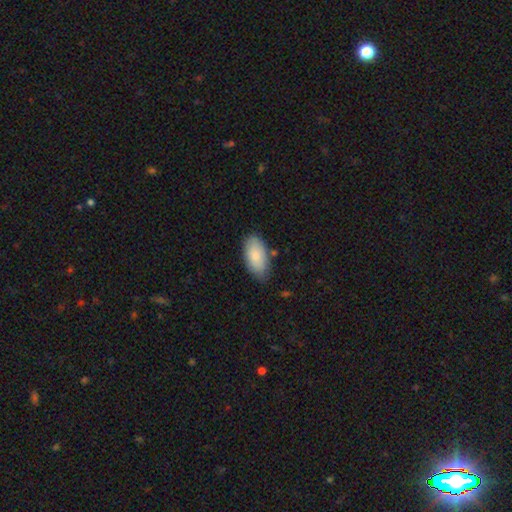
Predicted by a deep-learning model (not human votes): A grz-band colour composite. It shows a smooth galaxy with no disk features (83%) that is in between round and cigar-shaped (94%). Merging: none (77%).